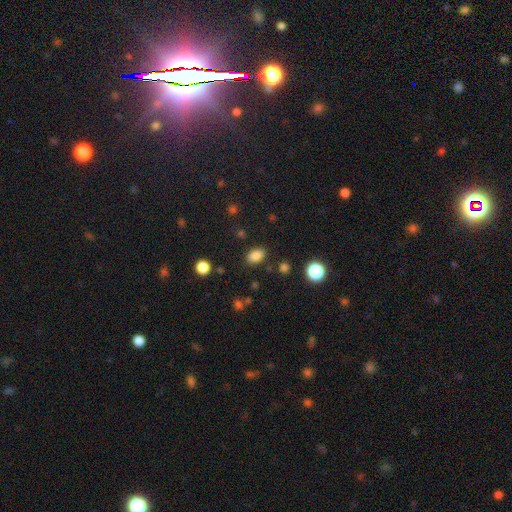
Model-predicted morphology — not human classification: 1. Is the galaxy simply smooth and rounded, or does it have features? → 84% smooth, 12% star or artifact, 4% featured or disk.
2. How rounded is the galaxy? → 80% in between, 19% round, 1% cigar-shaped.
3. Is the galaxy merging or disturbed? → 83% none, 11% minor disturbance, 3% major disturbance, 3% merger.